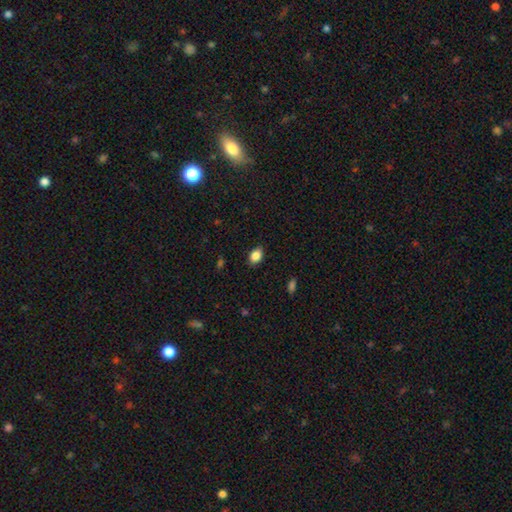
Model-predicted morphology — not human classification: type=smooth (86%); roundness=in between (80%); merging=none (86%).